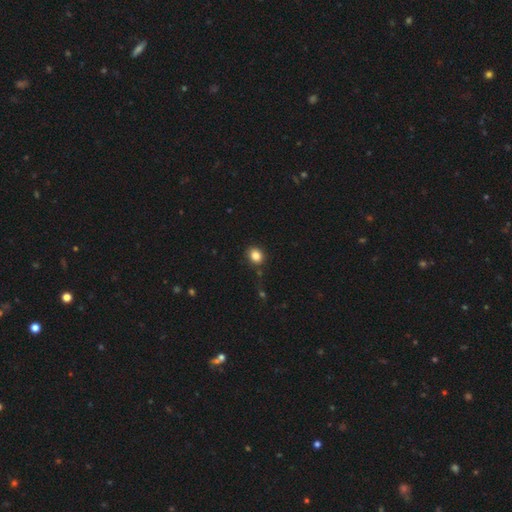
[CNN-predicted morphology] This appears to be a smooth galaxy with no disk features (85%) that is round (63%). Merging: none (81%).